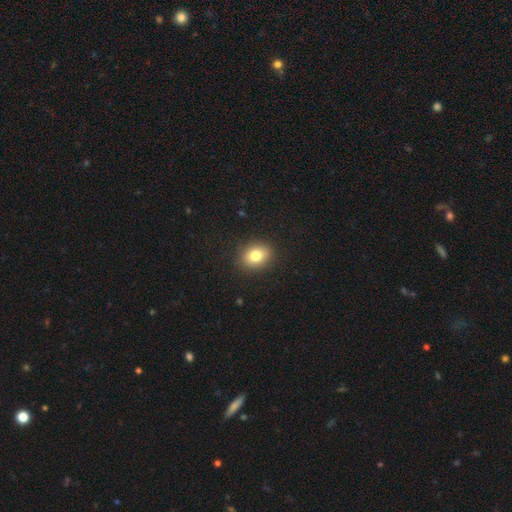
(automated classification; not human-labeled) Smooth or featured: smooth — 80% (star or artifact — 10%)
How rounded: in between — 51% (round — 48%)
Merging: none — 89% (minor disturbance — 7%)